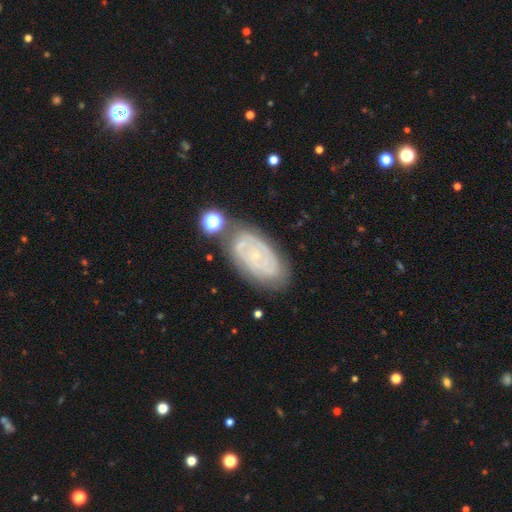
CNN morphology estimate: A featured or disk galaxy (73%) with no bar (77%), tight (74%) spiral arms (86%) and a small central bulge (84%). Merging: none (68%).